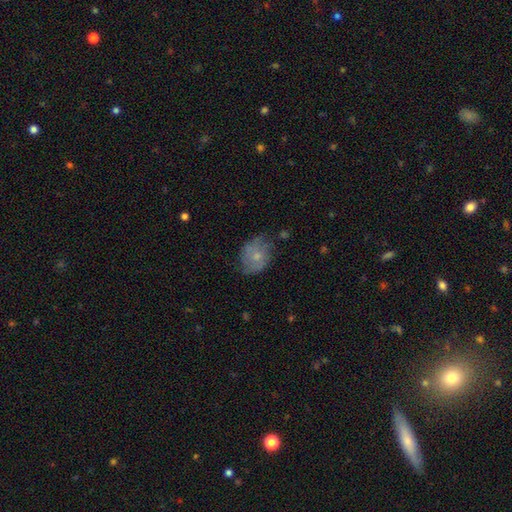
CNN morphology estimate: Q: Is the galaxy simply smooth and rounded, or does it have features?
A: smooth — 52%.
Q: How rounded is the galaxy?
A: round — 52%.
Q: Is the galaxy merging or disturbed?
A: none — 52%.